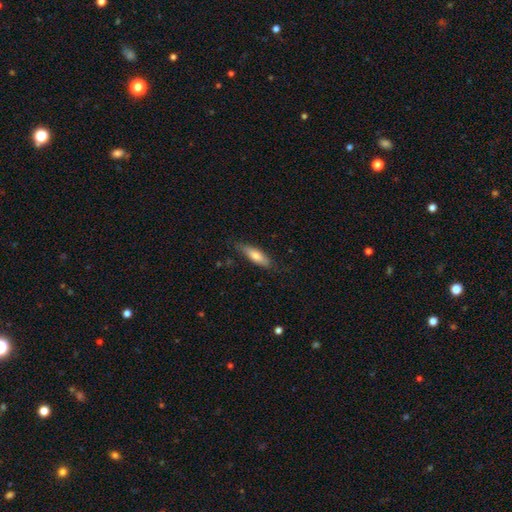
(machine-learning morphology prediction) Smooth or featured? smooth (68%)
How rounded? cigar-shaped (55%)
Merging? none (74%)